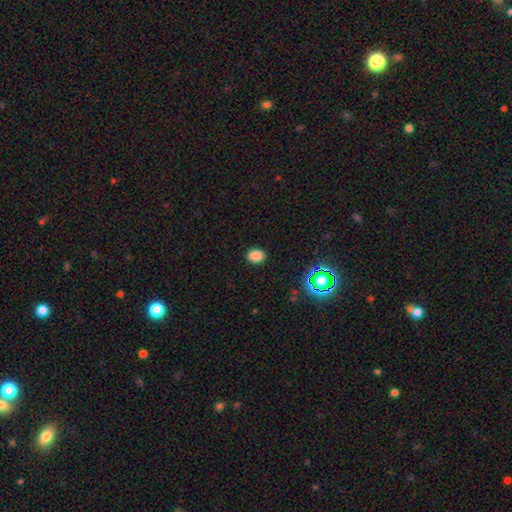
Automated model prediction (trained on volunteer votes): This appears to be a smooth galaxy with no disk features (84%) that is in between round and cigar-shaped (60%). Merging: none (89%).